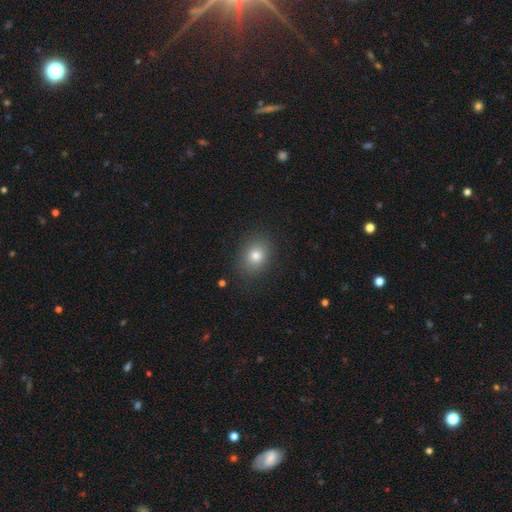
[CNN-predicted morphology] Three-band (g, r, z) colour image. It shows a smooth galaxy with no disk features (79%) that is round (50%). Merging: none (86%).